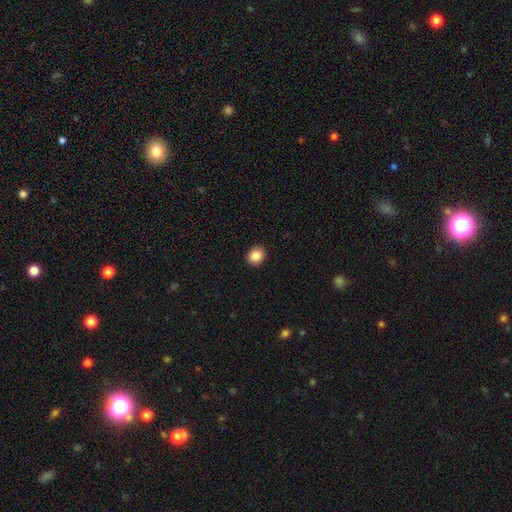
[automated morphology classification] This is clearly a smooth galaxy (87%). How rounded: possibly round (59%). Merging: clearly none (92%).